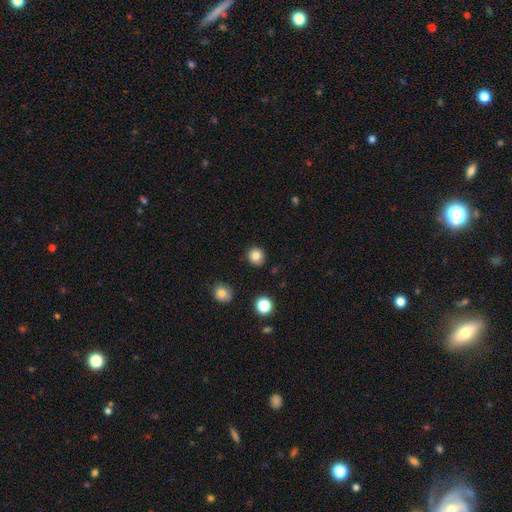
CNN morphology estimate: smooth 83%, star or artifact 11%, featured or disk 6%. Down the decision tree: how rounded — round (87%); merging — none (89%).